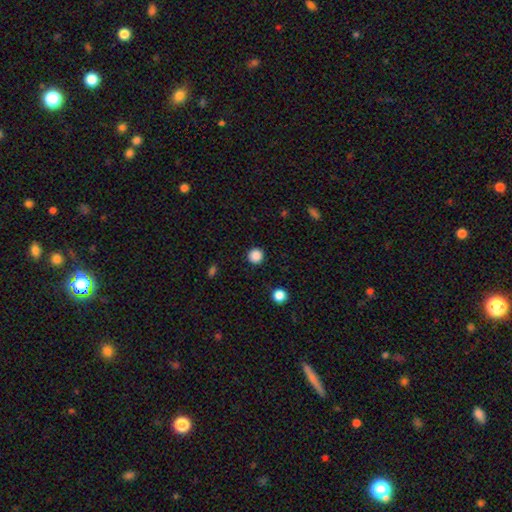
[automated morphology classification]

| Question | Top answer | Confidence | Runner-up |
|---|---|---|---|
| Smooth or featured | smooth | 87% | star or artifact (11%) |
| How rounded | round | 95% | in between (4%) |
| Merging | none | 92% | minor disturbance (5%) |